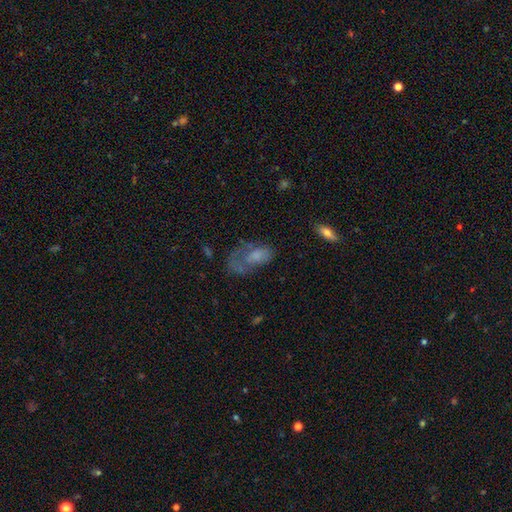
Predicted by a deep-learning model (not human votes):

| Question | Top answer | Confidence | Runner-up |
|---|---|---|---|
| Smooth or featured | smooth | 54% | featured or disk (35%) |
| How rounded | in between | 89% | round (7%) |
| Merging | major disturbance | 46% | none (27%) |